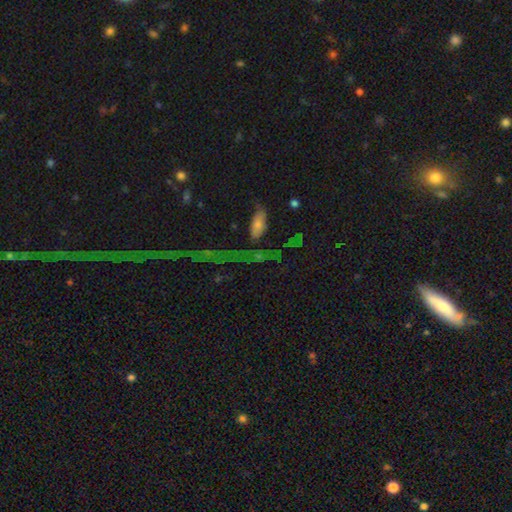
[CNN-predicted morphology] star or artifact 58%, featured or disk 23%, smooth 19%.